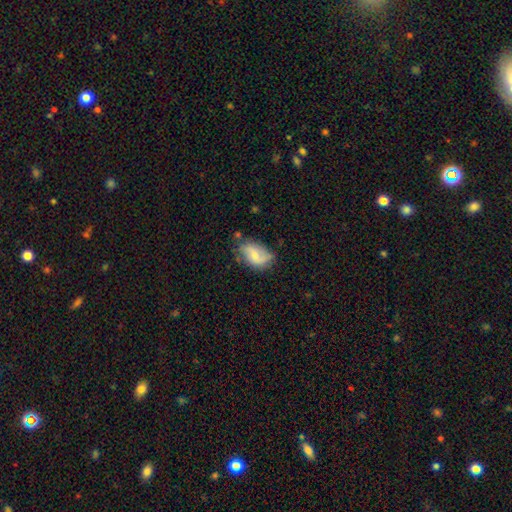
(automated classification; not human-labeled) smooth 51%, featured or disk 42%, star or artifact 7%. Down the decision tree: how rounded — in between (88%); merging — none (56%).